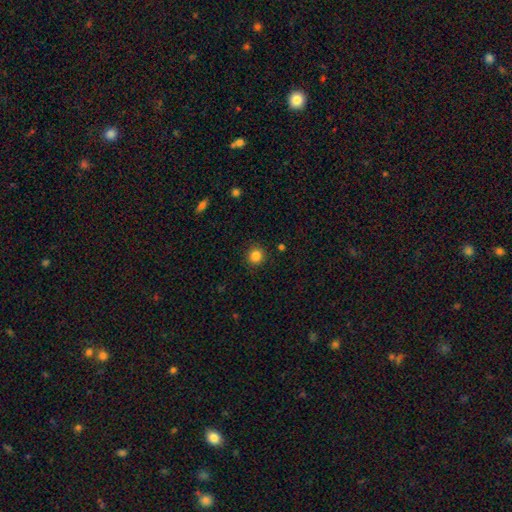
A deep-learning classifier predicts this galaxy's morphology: smooth 85%, star or artifact 11%, featured or disk 4%. Down the decision tree: how rounded — round (91%); merging — none (90%).